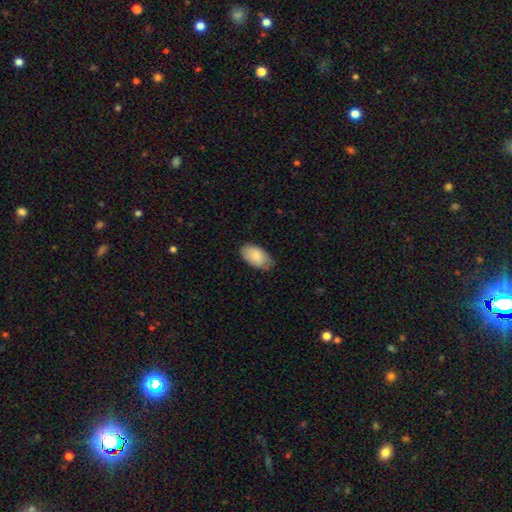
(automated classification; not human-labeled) Smooth or featured? smooth (86%)
How rounded? in between (95%)
Merging? none (74%)